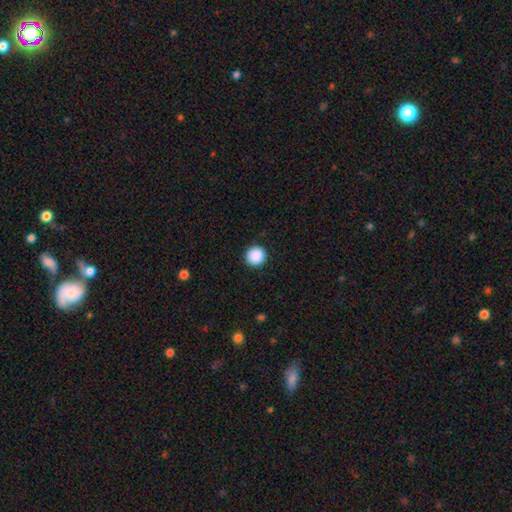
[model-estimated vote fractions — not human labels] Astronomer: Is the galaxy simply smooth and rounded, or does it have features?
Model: smooth — 89%.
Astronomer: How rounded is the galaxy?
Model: round — 95%.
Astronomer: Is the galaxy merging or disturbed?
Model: none — 92%.